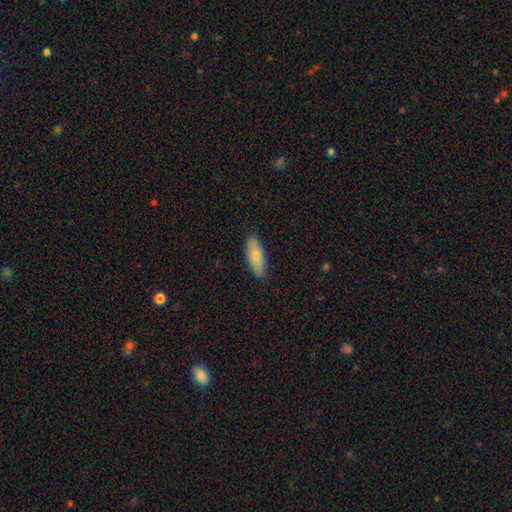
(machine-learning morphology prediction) Smooth or featured? smooth (73%)
How rounded? in between (68%)
Merging? none (88%)